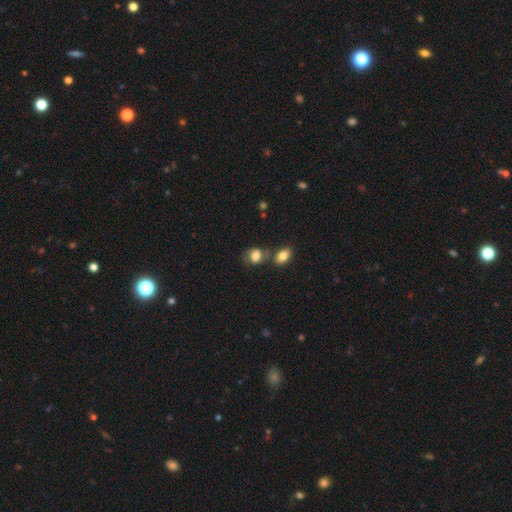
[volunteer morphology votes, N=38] Volunteers were most divided on "merging": none: 43%, merger: 31%, minor disturbance: 26%, major disturbance: 0%. More confident: smooth or featured — smooth (79%); how rounded — in between (73%).